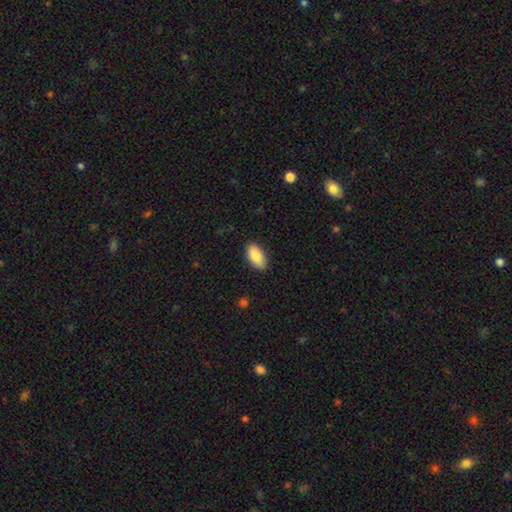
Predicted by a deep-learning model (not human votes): Smooth or featured?
  - smooth: 87% *
  - featured or disk: 7%
  - star or artifact: 6%
How rounded?
  - in between: 93% *
  - cigar-shaped: 4%
  - round: 3%
Merging?
  - none: 87% *
  - minor disturbance: 10%
  - major disturbance: 2%
  - merger: 1%